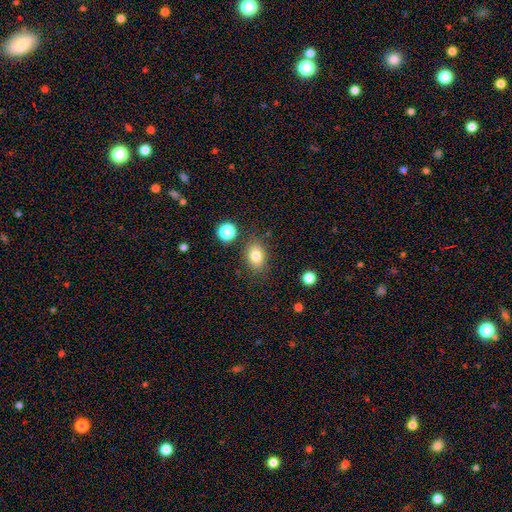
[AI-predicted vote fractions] A smooth galaxy with no disk features (81%) that is in between round and cigar-shaped (75%). Merging: none (79%).